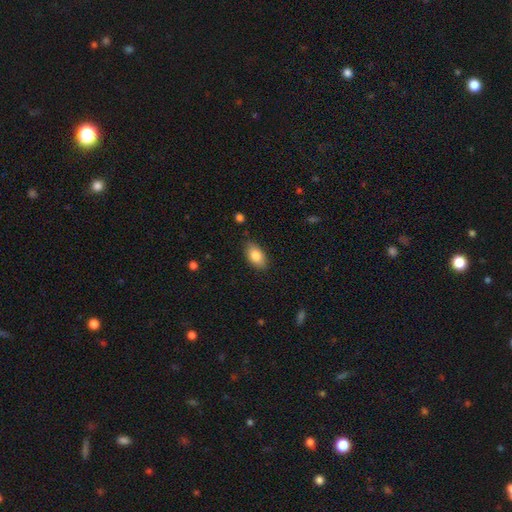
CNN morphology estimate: smooth-or-featured: smooth: 84% | featured or disk: 9% | star or artifact: 7%
  how-rounded: in between: 92% | round: 6% | cigar-shaped: 3%
  merging: none: 84% | minor disturbance: 12% | major disturbance: 3% | merger: 1%